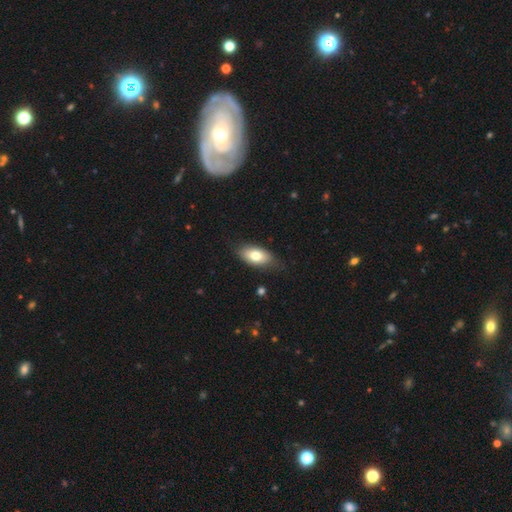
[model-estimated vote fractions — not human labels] smooth_or_featured: smooth (p=0.75) [alt: featured or disk p=0.18]
how_rounded: in between (p=0.90) [alt: cigar-shaped p=0.05]
merging: none (p=0.74) [alt: minor disturbance p=0.20]